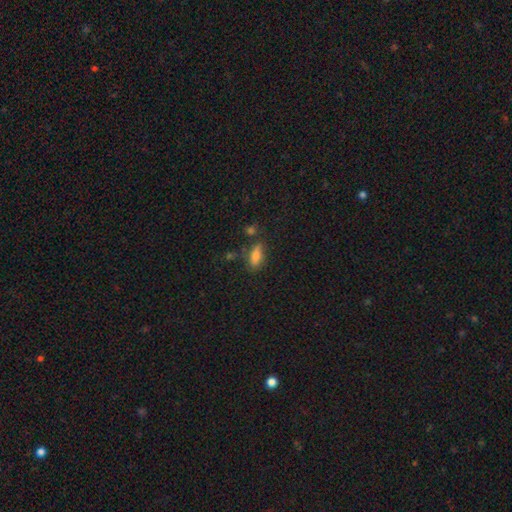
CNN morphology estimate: This appears to be a smooth galaxy with no disk features (80%) that is in between round and cigar-shaped (79%). Merging: none (67%).